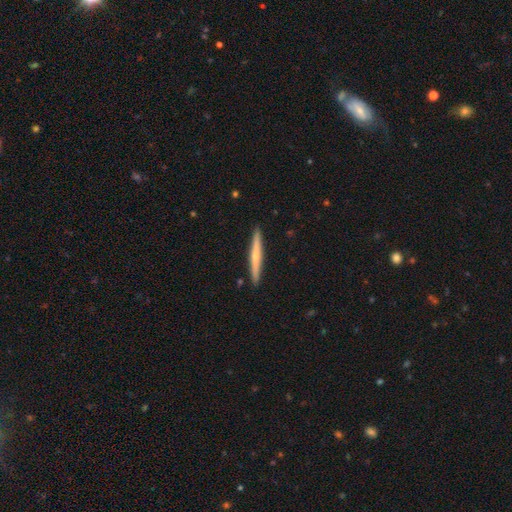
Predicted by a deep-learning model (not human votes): smooth-or-featured: smooth: 49% | featured or disk: 45% | star or artifact: 5%
  merging: none: 92% | minor disturbance: 6% | major disturbance: 1% | merger: 1%